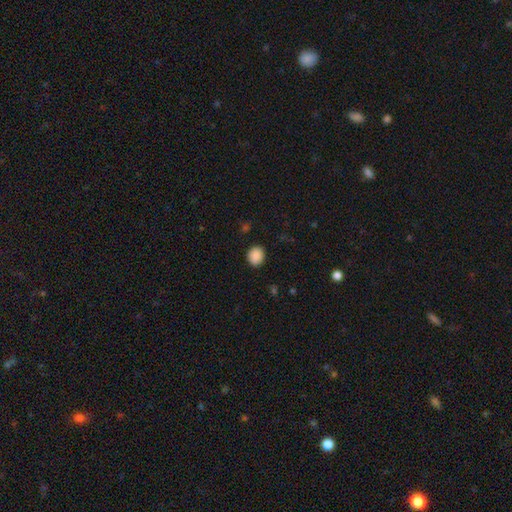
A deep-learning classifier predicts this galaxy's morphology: Overall: smooth (89%). How rounded: round (65%; in between 34%). Merging: none (88%).